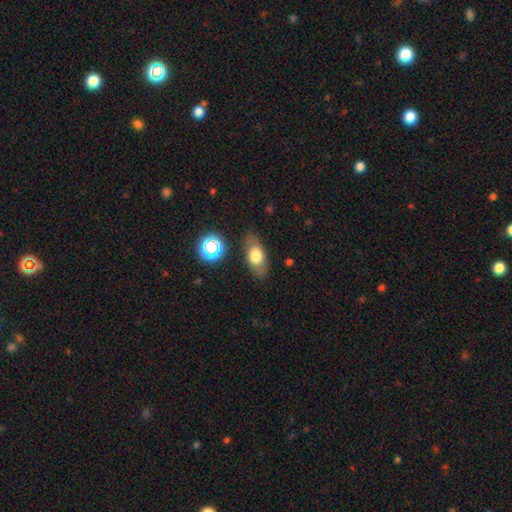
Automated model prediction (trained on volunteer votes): Smooth or featured?
  - smooth: 70% *
  - featured or disk: 20%
  - star or artifact: 10%
How rounded?
  - in between: 82% *
  - round: 10%
  - cigar-shaped: 7%
Merging?
  - none: 80% *
  - minor disturbance: 14%
  - major disturbance: 4%
  - merger: 2%